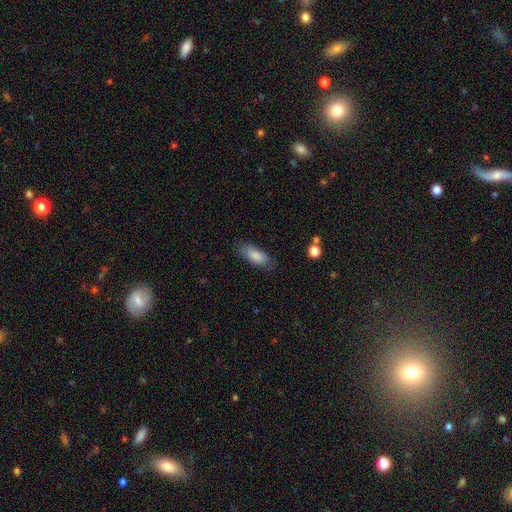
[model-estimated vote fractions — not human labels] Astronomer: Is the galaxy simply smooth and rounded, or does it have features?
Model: smooth — 84%.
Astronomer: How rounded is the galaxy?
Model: in between — 76%.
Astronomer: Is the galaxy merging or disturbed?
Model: none — 77%.